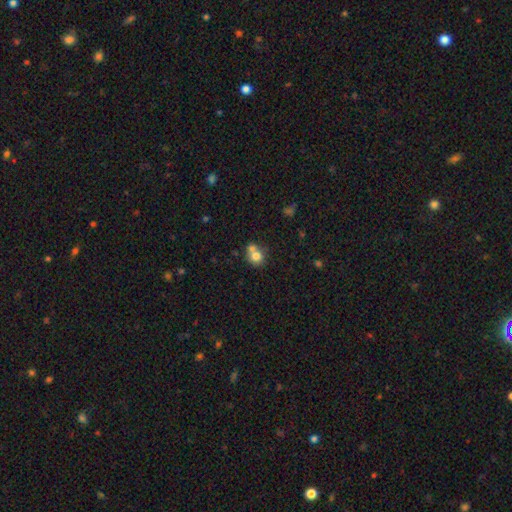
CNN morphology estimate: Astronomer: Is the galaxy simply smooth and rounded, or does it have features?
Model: smooth — 75%.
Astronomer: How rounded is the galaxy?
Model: round — 80%.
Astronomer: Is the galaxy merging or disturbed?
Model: merger — 49% (runner-up: none, 40%).